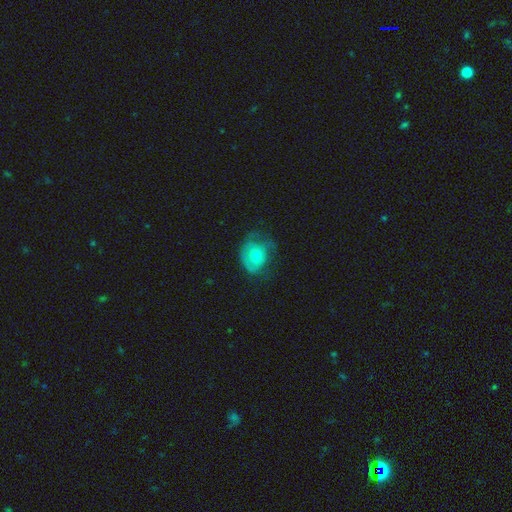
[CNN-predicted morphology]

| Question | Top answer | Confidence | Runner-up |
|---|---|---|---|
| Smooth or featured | smooth | 56% | featured or disk (36%) |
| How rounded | round | 63% | in between (36%) |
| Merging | none | 43% | minor disturbance (32%) |